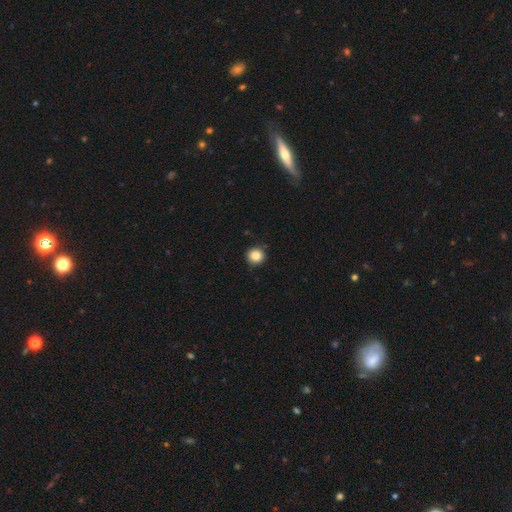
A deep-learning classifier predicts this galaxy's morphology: Smooth or featured? Predicted: smooth (p=0.85). How rounded? Predicted: round (p=0.92). Merging? Predicted: none (p=0.89).